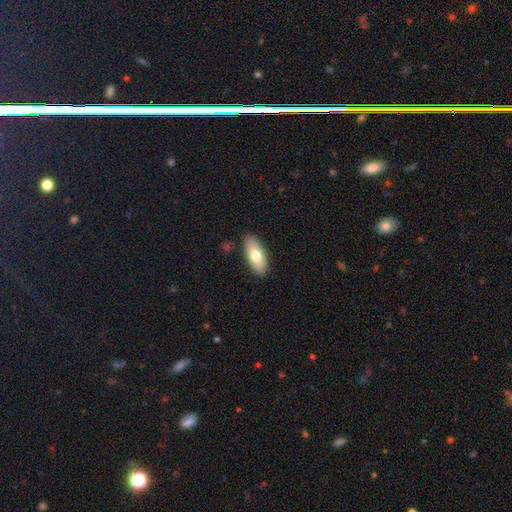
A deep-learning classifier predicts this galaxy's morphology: A smooth galaxy with no disk features (72%) that is in between round and cigar-shaped (87%). Merging: none (87%).